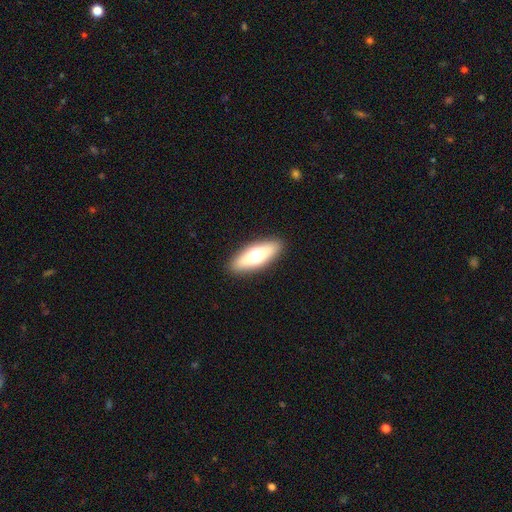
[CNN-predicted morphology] Overall: smooth (60%; featured or disk 33%). How rounded: in between (63%; cigar-shaped 33%). Merging: none (89%).